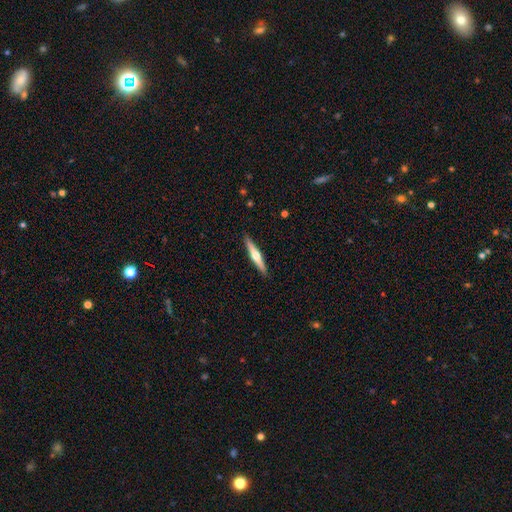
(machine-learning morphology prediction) This appears to be a featured or disk galaxy (60%) viewed edge-on (97%) with a rounded central bulge (91%). Merging: none (91%).